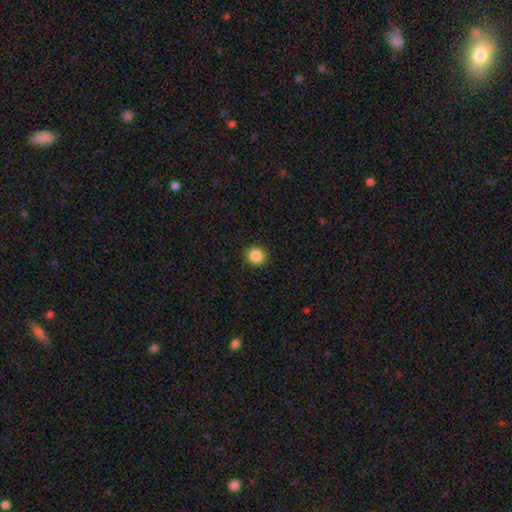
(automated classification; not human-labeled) Morphology: type=smooth (87%); roundness=round (87%); merging=none (91%).